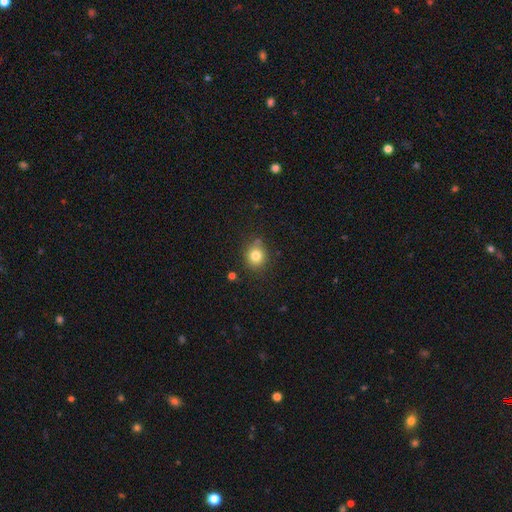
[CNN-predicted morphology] The model was most divided on "merging": none: 77%, minor disturbance: 15%, merger: 4%, major disturbance: 4%. More confident: how rounded — round (81%); smooth or featured — smooth (80%).